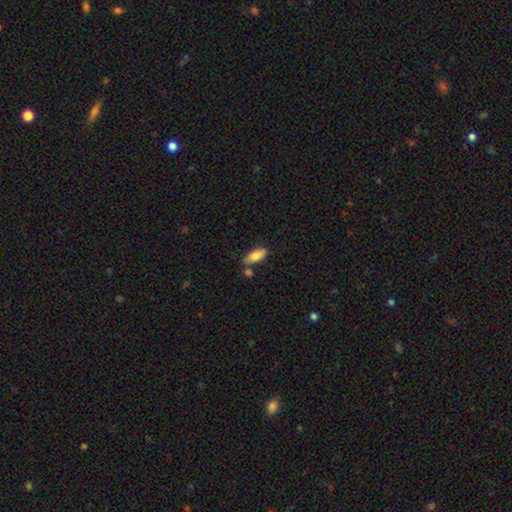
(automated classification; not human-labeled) This appears to be a smooth galaxy with no disk features (82%) that is in between round and cigar-shaped (81%). Merging: none (70%).